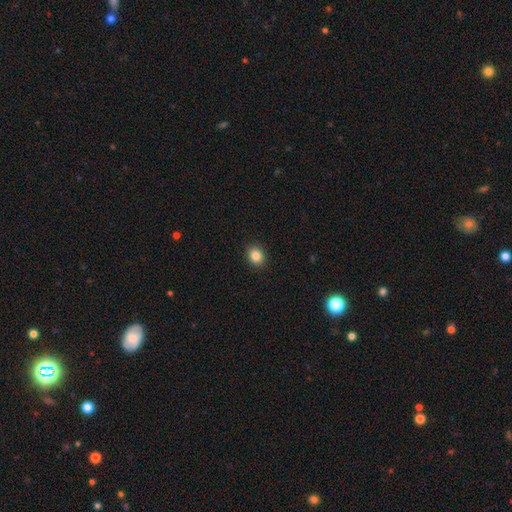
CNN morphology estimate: Smooth or featured? smooth (85%)
How rounded? round (57%)
Merging? none (91%)